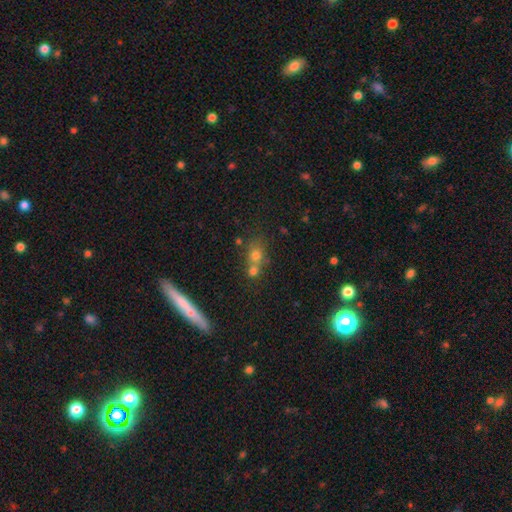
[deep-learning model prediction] This appears to be a smooth galaxy with no disk features (64%) that is round (71%). Merging: none (47%).